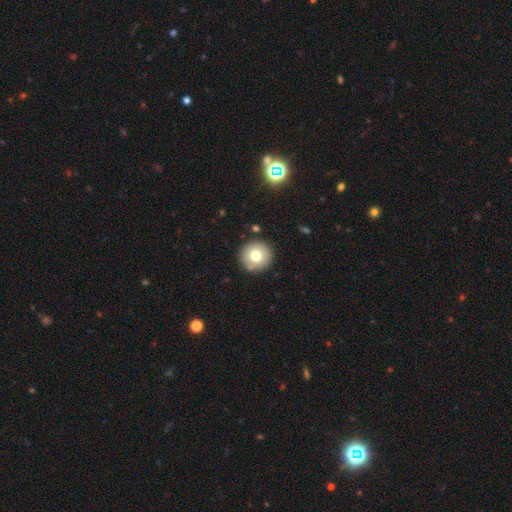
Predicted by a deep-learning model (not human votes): Smooth or featured?
  - smooth: 75% *
  - featured or disk: 15%
  - star or artifact: 10%
How rounded?
  - round: 95% *
  - in between: 4%
  - cigar-shaped: 1%
Merging?
  - none: 89% *
  - minor disturbance: 7%
  - merger: 2%
  - major disturbance: 2%